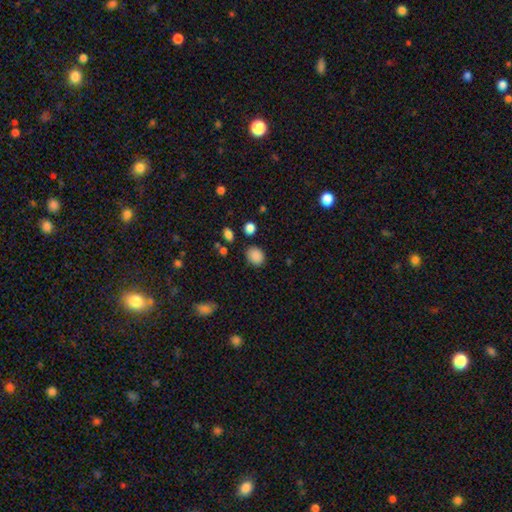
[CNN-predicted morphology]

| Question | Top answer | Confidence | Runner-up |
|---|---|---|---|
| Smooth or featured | smooth | 87% | star or artifact (10%) |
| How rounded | in between | 50% | round (49%) |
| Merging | none | 79% | minor disturbance (14%) |